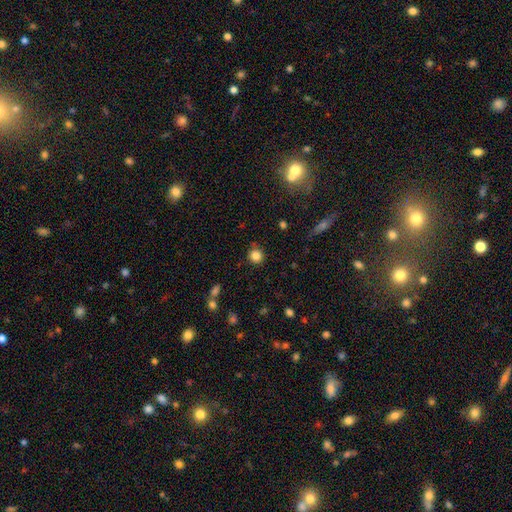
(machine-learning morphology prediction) smooth_or_featured: smooth (p=0.84) [alt: star or artifact p=0.11]
how_rounded: round (p=0.91) [alt: in between p=0.08]
merging: none (p=0.87) [alt: minor disturbance p=0.09]